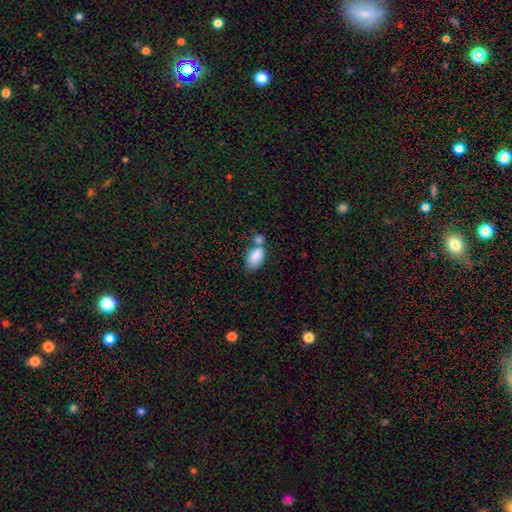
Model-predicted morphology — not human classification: smooth 85%, star or artifact 8%, featured or disk 7%. Down the decision tree: how rounded — in between (92%); merging — merger (41%).